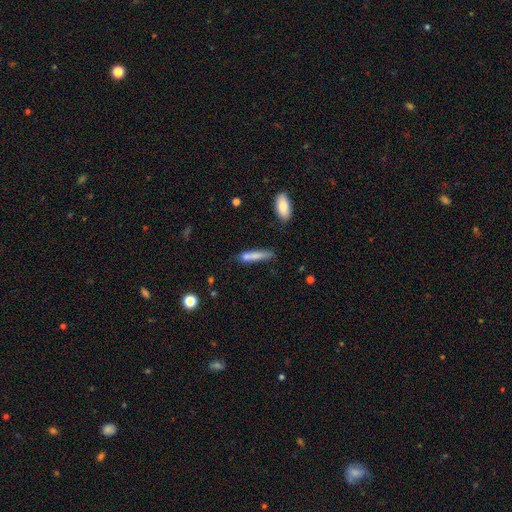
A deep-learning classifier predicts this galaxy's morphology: The model was most divided on "merging": none: 63%, minor disturbance: 20%, merger: 11%, major disturbance: 6%. More confident: how rounded — cigar-shaped (88%); smooth or featured — smooth (75%).